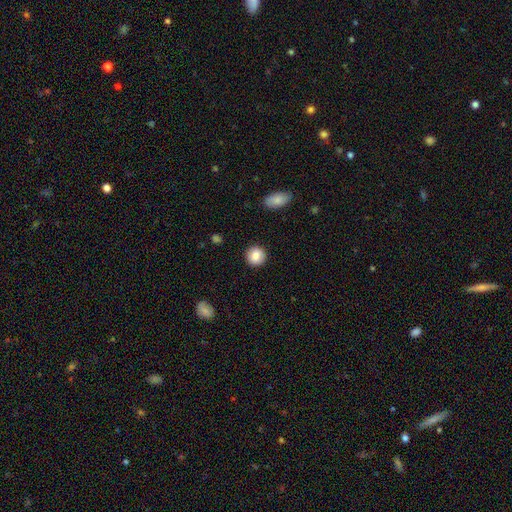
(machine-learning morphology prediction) Overall: smooth (86%). How rounded: round (93%). Merging: none (92%).